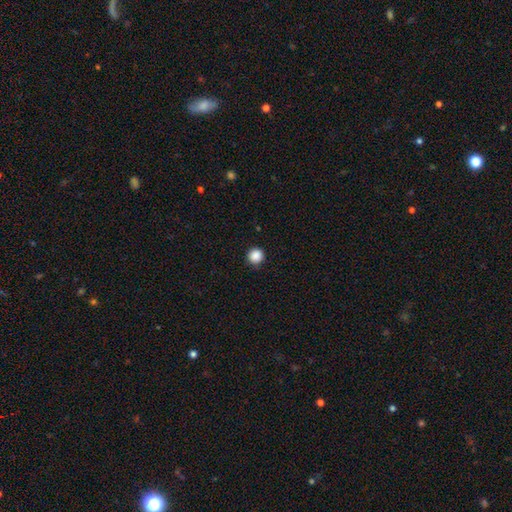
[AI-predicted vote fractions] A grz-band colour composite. It shows a smooth galaxy with no disk features (87%) that is round (94%). Merging: none (89%).